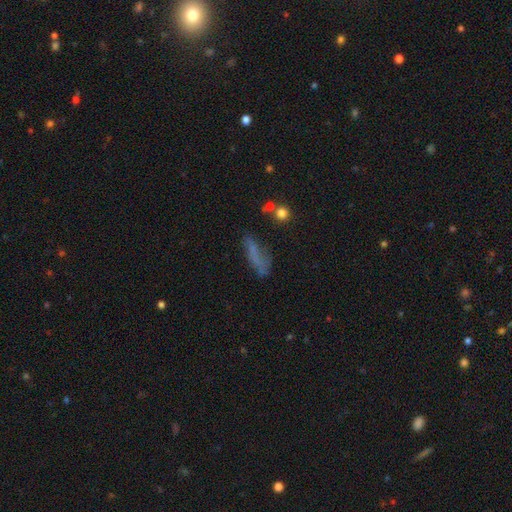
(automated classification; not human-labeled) The model was most divided on "how rounded": cigar-shaped: 58%, in between: 38%, round: 4%. More confident: smooth or featured — smooth (57%); merging — none (52%).